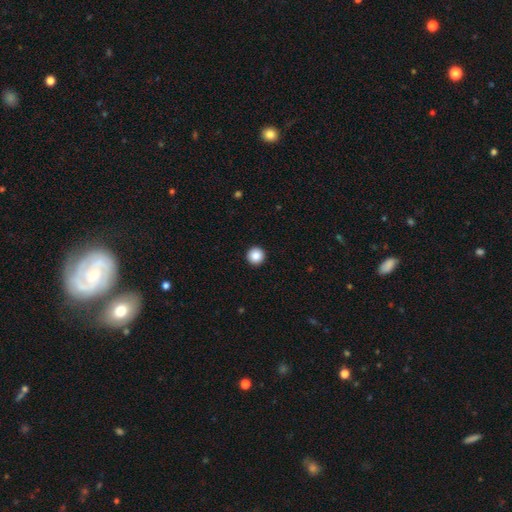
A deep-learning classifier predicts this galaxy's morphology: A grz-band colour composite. It shows a smooth galaxy with no disk features (87%) that is round (97%). Merging: none (94%).